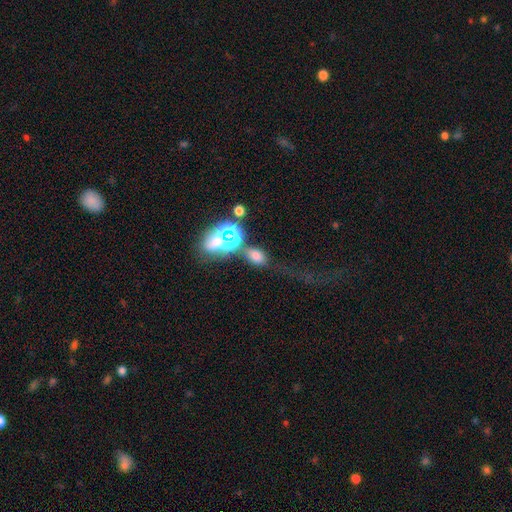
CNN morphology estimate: smooth-or-featured: smooth: 58% | star or artifact: 29% | featured or disk: 13%
  how-rounded: in between: 79% | round: 18% | cigar-shaped: 3%
  merging: none: 47% | merger: 19% | major disturbance: 18% | minor disturbance: 16%